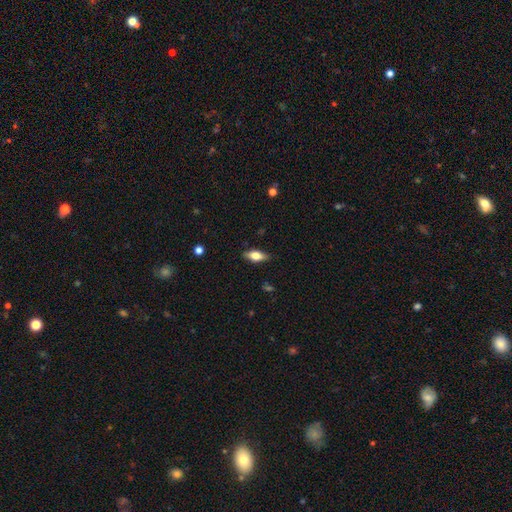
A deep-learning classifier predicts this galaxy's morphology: A smooth galaxy with no disk features (59%) that is in between round and cigar-shaped (76%). Merging: none (85%).